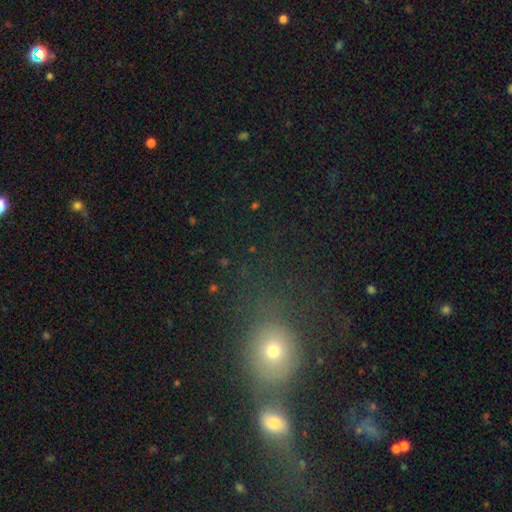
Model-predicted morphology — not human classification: The model was most divided on "smooth or featured": smooth: 51%, star or artifact: 35%, featured or disk: 14%. More confident: how rounded — round (64%); merging — none (52%).